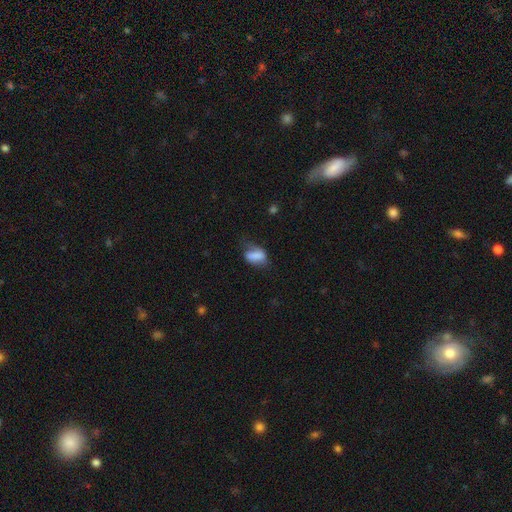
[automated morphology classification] smooth_or_featured: smooth (p=0.71) [alt: featured or disk p=0.20]
how_rounded: in between (p=0.84) [alt: round p=0.09]
merging: none (p=0.42) [alt: minor disturbance p=0.34]